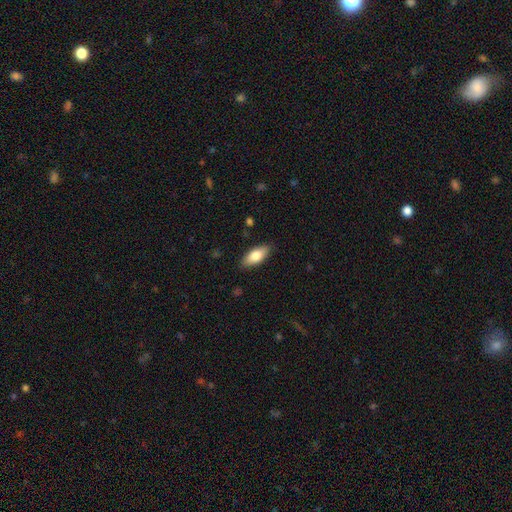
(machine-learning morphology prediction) Overall: smooth (78%). How rounded: in between (83%). Merging: none (86%).